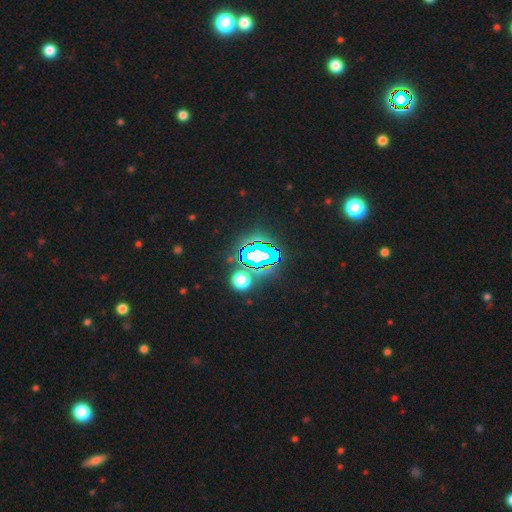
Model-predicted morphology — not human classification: Smooth or featured? star or artifact (72%)